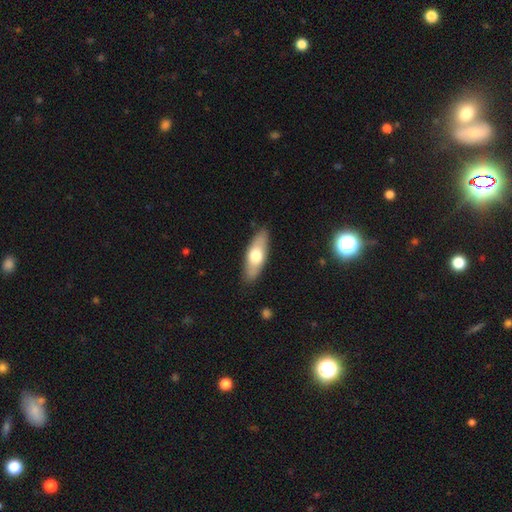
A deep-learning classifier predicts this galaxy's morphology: This appears to be a smooth galaxy with no disk features (62%) that is in between round and cigar-shaped (62%). Merging: none (86%).